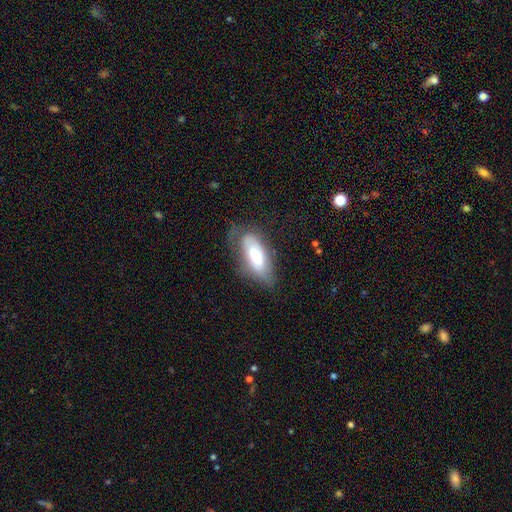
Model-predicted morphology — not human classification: smooth-or-featured: smooth: 59% | featured or disk: 34% | star or artifact: 7%
  how-rounded: in between: 80% | cigar-shaped: 17% | round: 2%
  merging: none: 53% | minor disturbance: 30% | major disturbance: 16% | merger: 2%